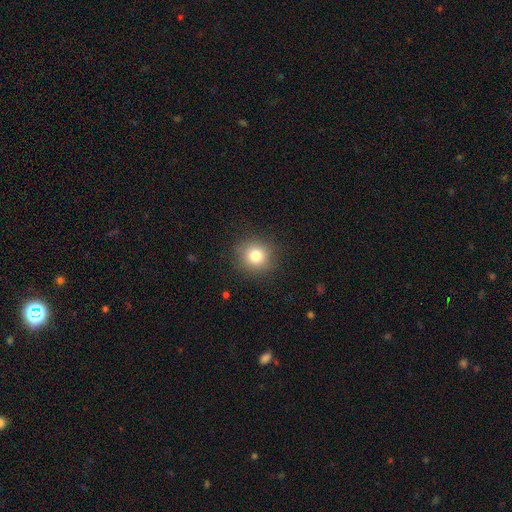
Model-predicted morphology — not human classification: This appears to be a smooth galaxy with no disk features (81%) that is round (88%). Merging: none (88%).